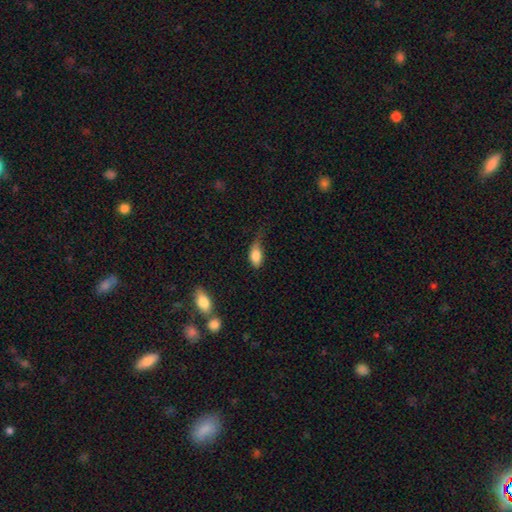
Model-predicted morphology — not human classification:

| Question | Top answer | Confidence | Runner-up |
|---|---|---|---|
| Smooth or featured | smooth | 82% | featured or disk (10%) |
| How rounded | in between | 87% | round (7%) |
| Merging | minor disturbance | 41% | major disturbance (28%) |